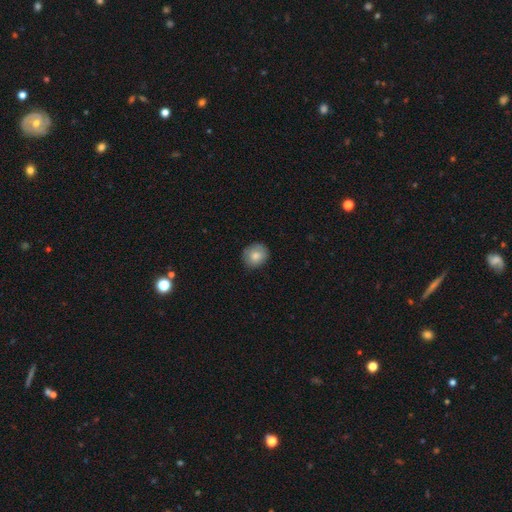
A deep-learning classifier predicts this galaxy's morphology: Q: Smooth or featured?
A: smooth (82%); runner-up: featured or disk (10%)
Q: How rounded?
A: round (77%); runner-up: in between (22%)
Q: Merging?
A: none (83%); runner-up: minor disturbance (14%)